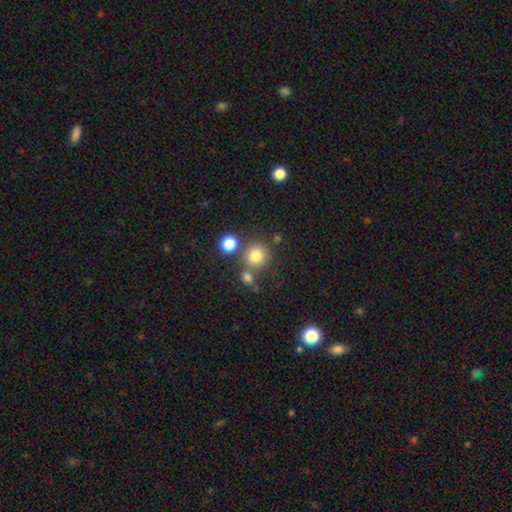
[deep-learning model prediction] Smooth or featured?
  - smooth: 78% *
  - star or artifact: 14%
  - featured or disk: 8%
How rounded?
  - round: 91% *
  - in between: 8%
  - cigar-shaped: 1%
Merging?
  - none: 70% *
  - merger: 17%
  - minor disturbance: 9%
  - major disturbance: 4%